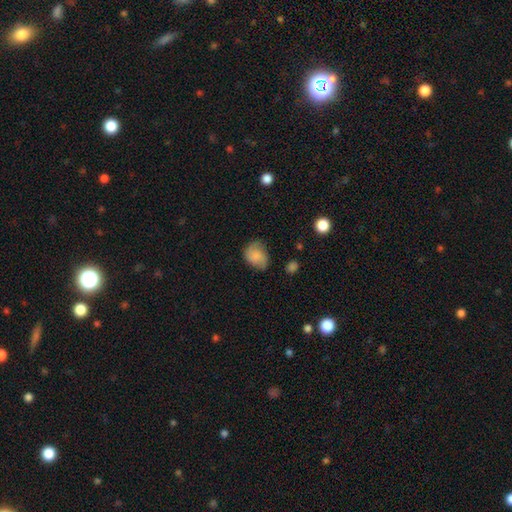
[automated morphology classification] The model was most divided on "how rounded": in between: 58%, round: 41%, cigar-shaped: 1%. More confident: smooth or featured — smooth (65%); merging — none (58%).